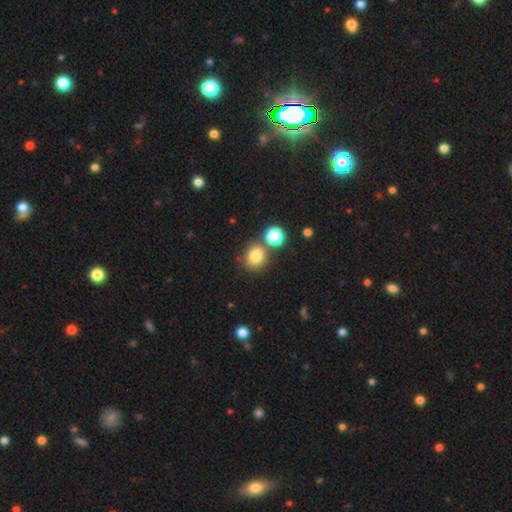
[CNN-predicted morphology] smooth_or_featured: smooth (p=0.80) [alt: star or artifact p=0.13]
how_rounded: round (p=0.78) [alt: in between p=0.21]
merging: none (p=0.66) [alt: merger p=0.20]